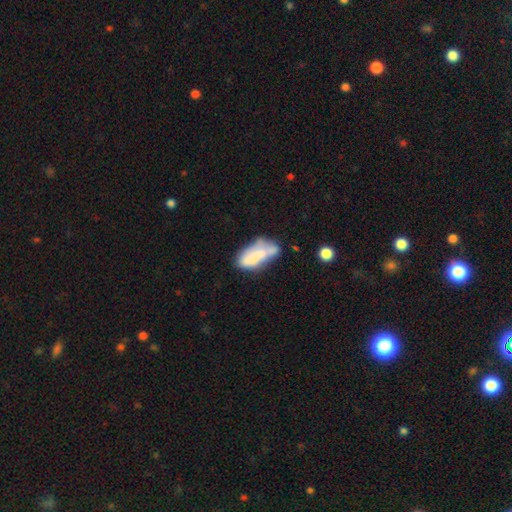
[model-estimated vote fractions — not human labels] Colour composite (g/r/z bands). It shows a smooth galaxy with no disk features (58%) that is in between round and cigar-shaped (77%). Merging: none (33%).